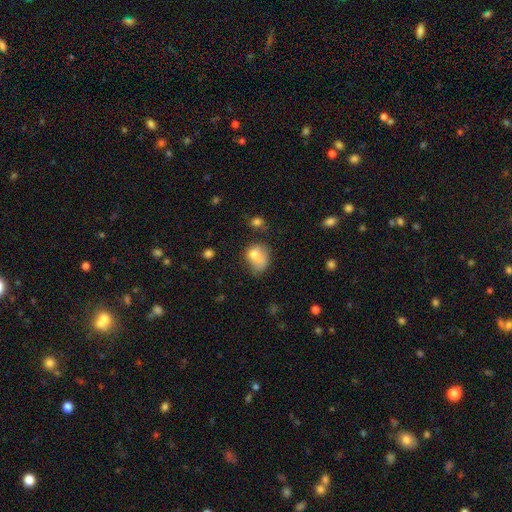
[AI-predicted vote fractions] This appears to be a smooth galaxy with no disk features (69%) that is in between round and cigar-shaped (56%). Merging: merger (32%).